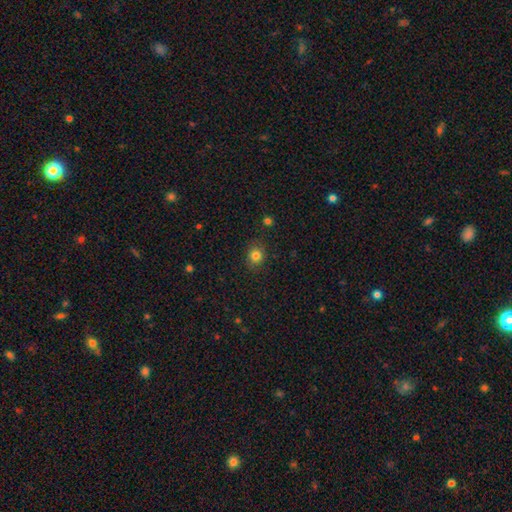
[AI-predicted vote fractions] A smooth galaxy with no disk features (81%) that is round (76%). Merging: none (86%).